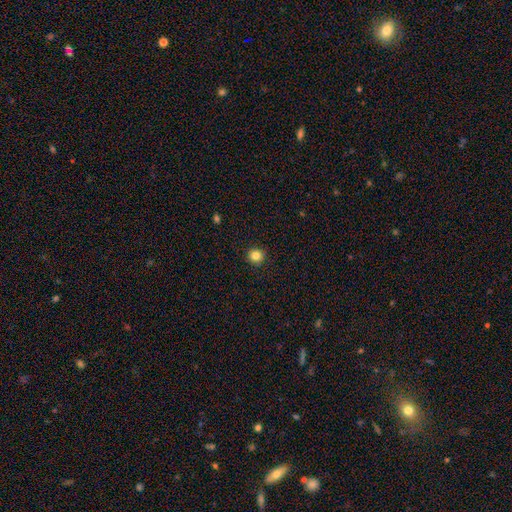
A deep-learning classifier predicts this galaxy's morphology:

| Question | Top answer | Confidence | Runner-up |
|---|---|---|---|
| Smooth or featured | smooth | 84% | star or artifact (12%) |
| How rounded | round | 94% | in between (5%) |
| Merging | none | 93% | minor disturbance (5%) |